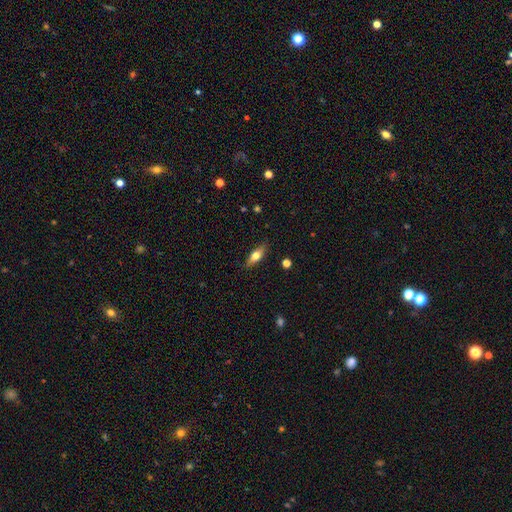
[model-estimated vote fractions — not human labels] Overall: smooth (61%; featured or disk 32%). How rounded: in between (59%; cigar-shaped 37%). Merging: none (86%).